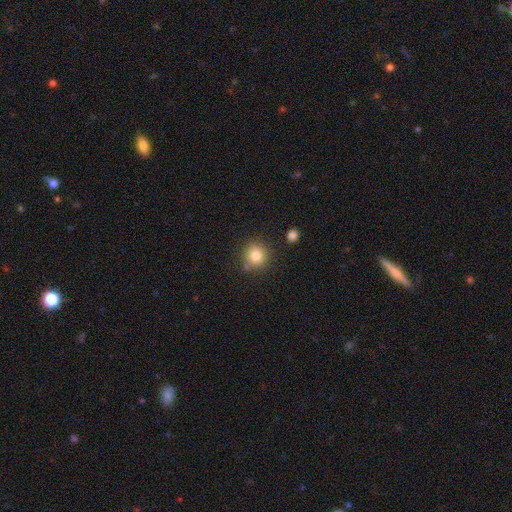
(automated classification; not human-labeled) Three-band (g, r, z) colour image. It shows a smooth galaxy with no disk features (82%) that is round (90%). Merging: none (80%).